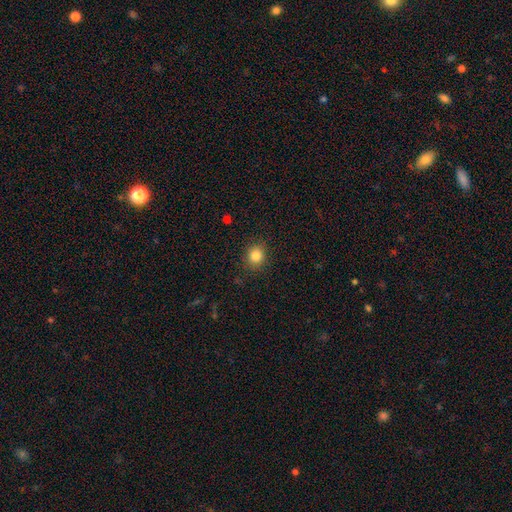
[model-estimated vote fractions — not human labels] This is clearly a smooth galaxy (84%). How rounded: likely round (79%). Merging: clearly none (87%).